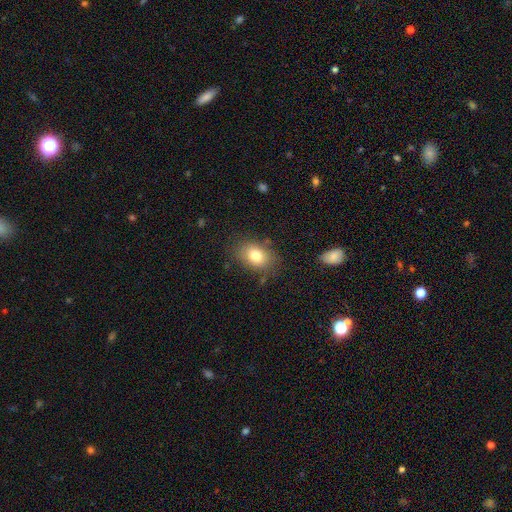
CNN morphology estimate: This appears to be a smooth galaxy with no disk features (80%) that is in between round and cigar-shaped (74%). Merging: none (78%).